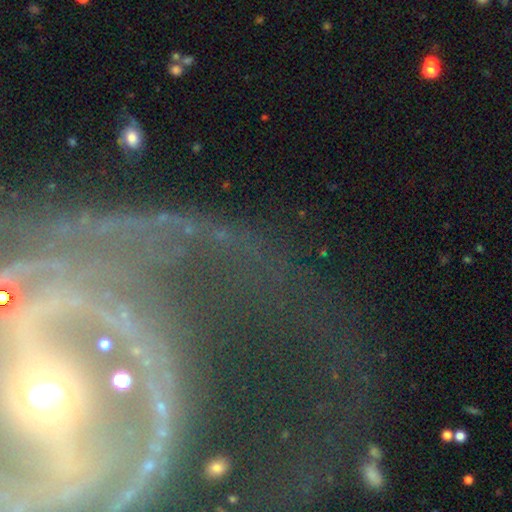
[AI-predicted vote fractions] featured or disk 55%, star or artifact 30%, smooth 15%. Down the decision tree: edge-on disk — no (86%); merging — none (61%).